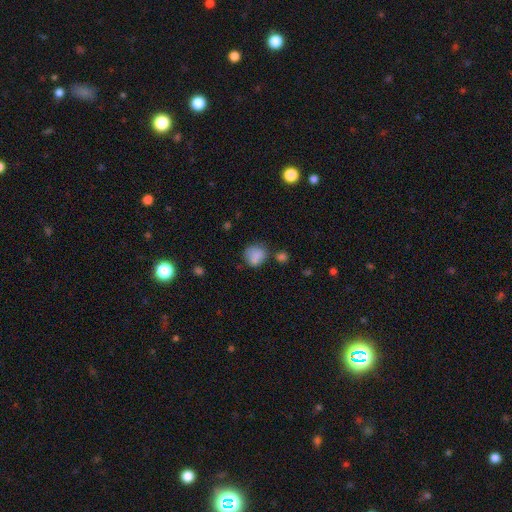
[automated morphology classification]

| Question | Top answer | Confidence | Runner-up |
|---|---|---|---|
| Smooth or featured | smooth | 79% | star or artifact (11%) |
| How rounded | round | 71% | in between (28%) |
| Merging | none | 52% | minor disturbance (22%) |